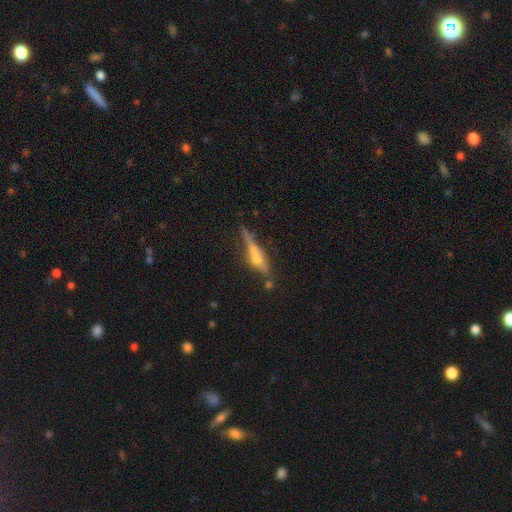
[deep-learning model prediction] Overall: featured or disk (54%; smooth 36%). Edge-on disk: yes (84%). Merging: none (54%; minor disturbance 20%).